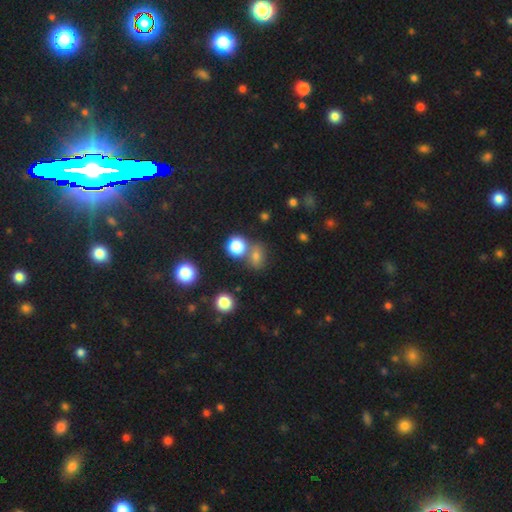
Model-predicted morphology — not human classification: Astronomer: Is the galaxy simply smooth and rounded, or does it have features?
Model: smooth — 71%.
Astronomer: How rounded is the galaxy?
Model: round — 56% (runner-up: in between, 42%).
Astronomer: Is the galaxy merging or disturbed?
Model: none — 57%.